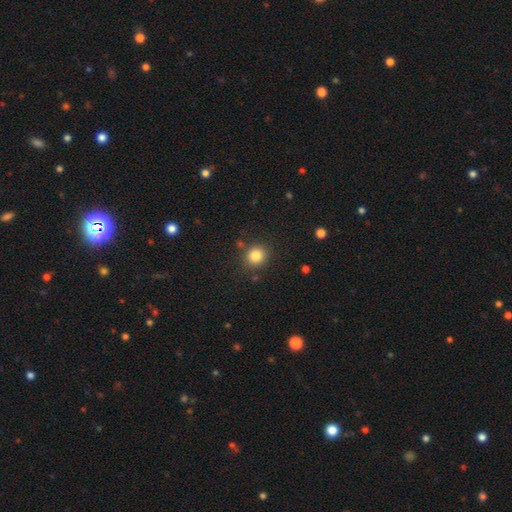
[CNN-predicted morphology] smooth 83%, star or artifact 11%, featured or disk 5%. Down the decision tree: how rounded — round (86%); merging — none (84%).